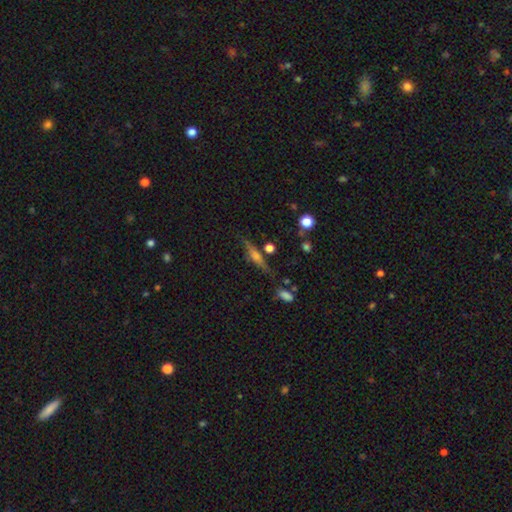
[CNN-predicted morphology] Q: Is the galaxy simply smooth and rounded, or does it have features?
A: featured or disk — 60%.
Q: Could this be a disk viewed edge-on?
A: yes — 94%.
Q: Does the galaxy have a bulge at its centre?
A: rounded — 72%.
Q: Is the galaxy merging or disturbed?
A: none — 77%.